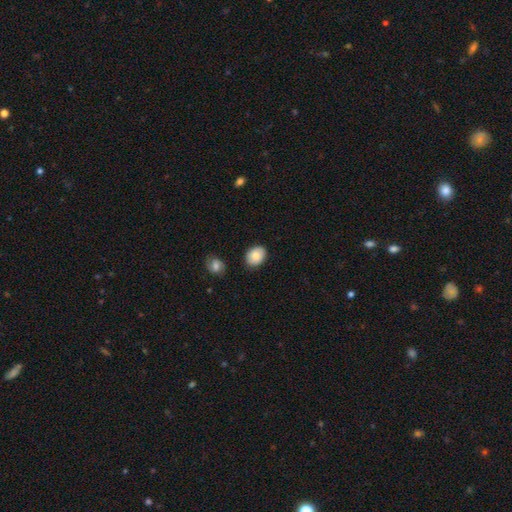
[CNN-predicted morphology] The model was most divided on "how rounded": in between: 56%, round: 43%, cigar-shaped: 1%. More confident: merging — none (85%); smooth or featured — smooth (84%).